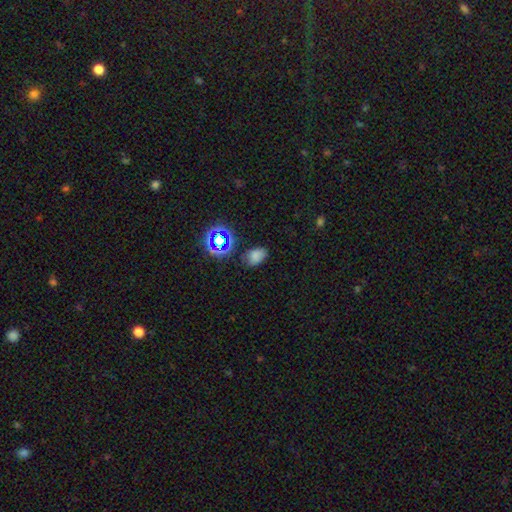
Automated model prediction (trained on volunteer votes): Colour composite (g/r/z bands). It shows a smooth galaxy with no disk features (70%) that is in between round and cigar-shaped (83%). Merging: none (70%).